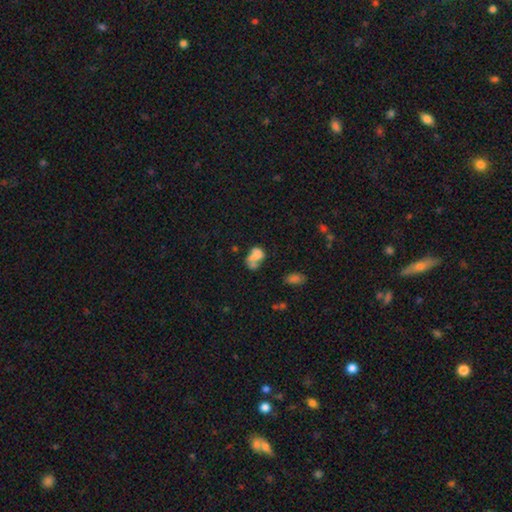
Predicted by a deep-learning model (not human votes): This appears to be a smooth galaxy with no disk features (63%) that is in between round and cigar-shaped (78%). Merging: merger (41%).